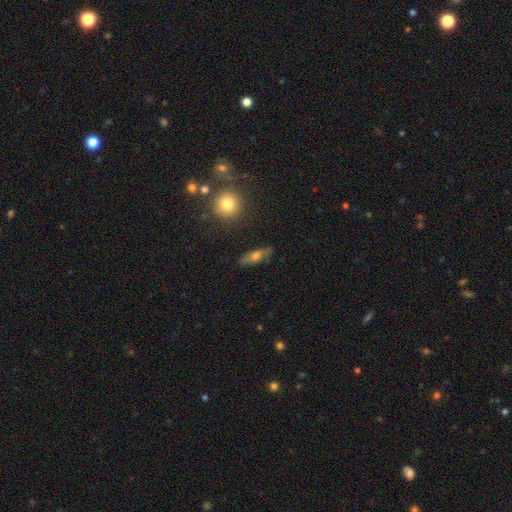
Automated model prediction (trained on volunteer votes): Smooth or featured?
  - smooth: 50% *
  - featured or disk: 42%
  - star or artifact: 8%
Merging?
  - none: 83% *
  - minor disturbance: 12%
  - major disturbance: 3%
  - merger: 2%